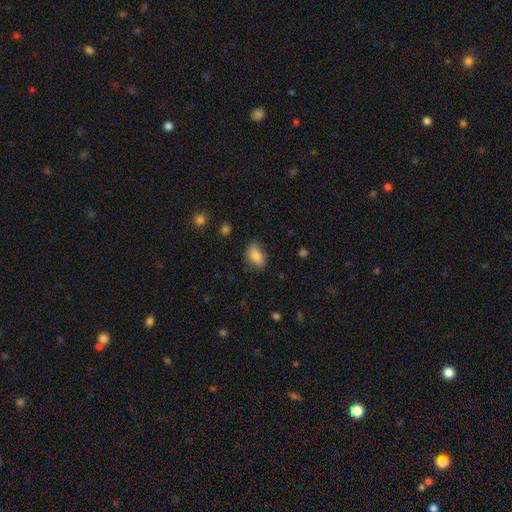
A smooth galaxy with no disk features (78%) that is in between round and cigar-shaped (86%). Merging: none (74%).